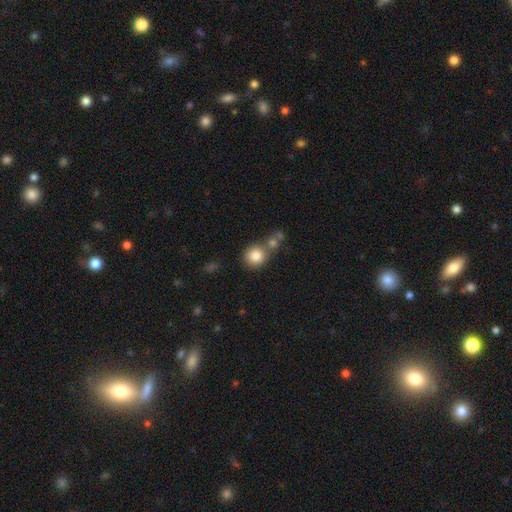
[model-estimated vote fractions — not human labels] A smooth galaxy with no disk features (83%) that is round (88%).

Vote fractions:
- Smooth or featured? smooth: 83% / star or artifact: 9% / featured or disk: 8%
- How rounded? round: 88% / in between: 11% / cigar-shaped: 1%
- Merging? none: 57% / merger: 29% / minor disturbance: 10% / major disturbance: 4%